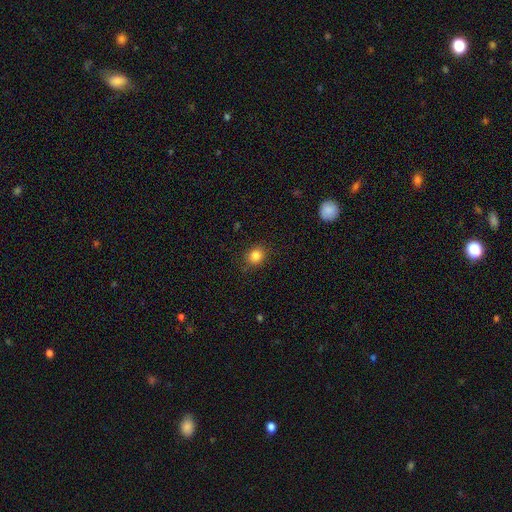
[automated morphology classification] A smooth galaxy with no disk features (84%) that is round (74%). Merging: none (86%).